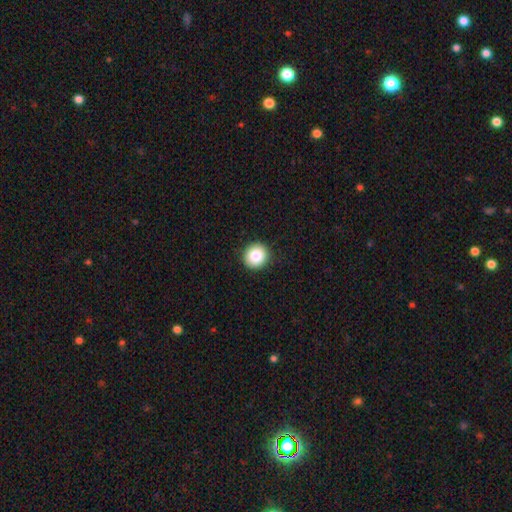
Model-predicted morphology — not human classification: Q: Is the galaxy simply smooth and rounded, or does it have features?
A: smooth — 84%.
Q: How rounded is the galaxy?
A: round — 90%.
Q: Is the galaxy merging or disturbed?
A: none — 92%.